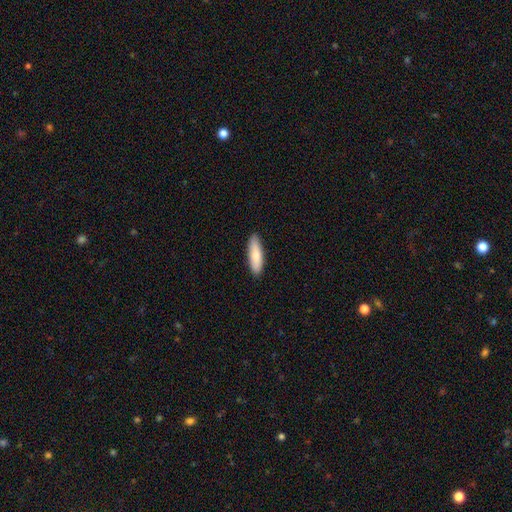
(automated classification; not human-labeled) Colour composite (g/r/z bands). It shows a smooth galaxy with no disk features (83%) that is cigar-shaped (56%). Merging: none (89%).